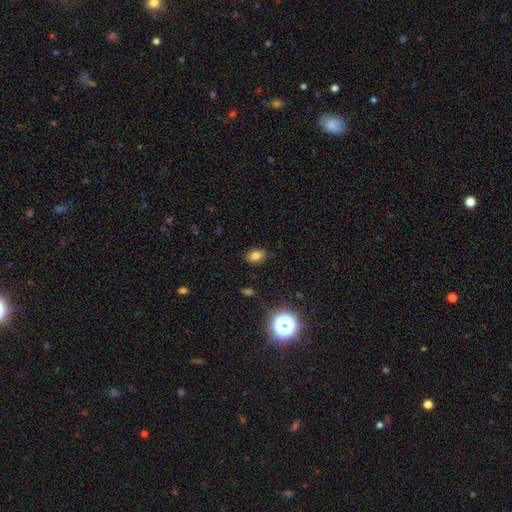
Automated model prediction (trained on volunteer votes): Morphology: type=smooth (78%); roundness=in between (82%); merging=none (85%).